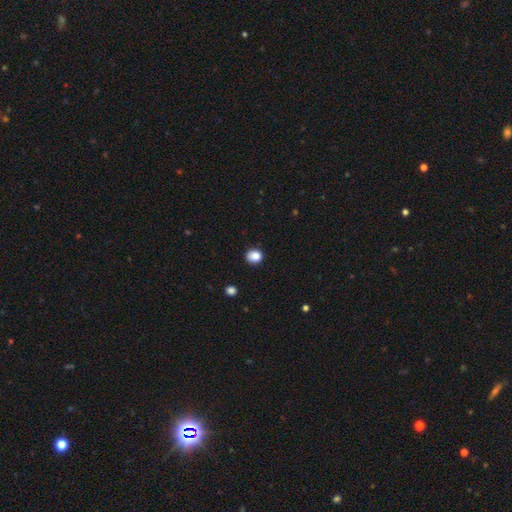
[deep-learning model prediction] smooth_or_featured: smooth (p=0.85) [alt: star or artifact p=0.10]
how_rounded: round (p=0.79) [alt: in between p=0.20]
merging: none (p=0.85) [alt: minor disturbance p=0.11]